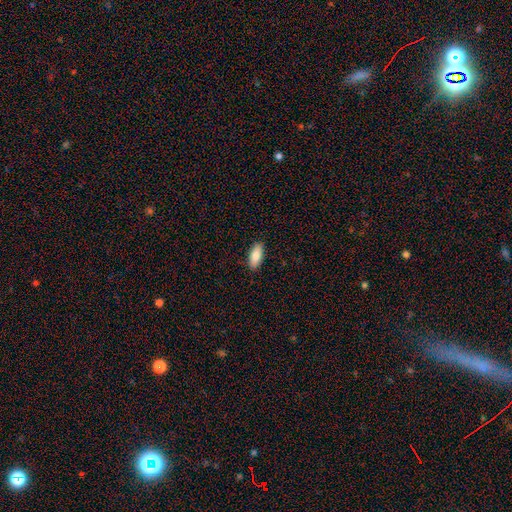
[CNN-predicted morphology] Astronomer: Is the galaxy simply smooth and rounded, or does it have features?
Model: smooth — 83%.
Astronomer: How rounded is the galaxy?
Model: in between — 78%.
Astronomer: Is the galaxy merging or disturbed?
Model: none — 89%.